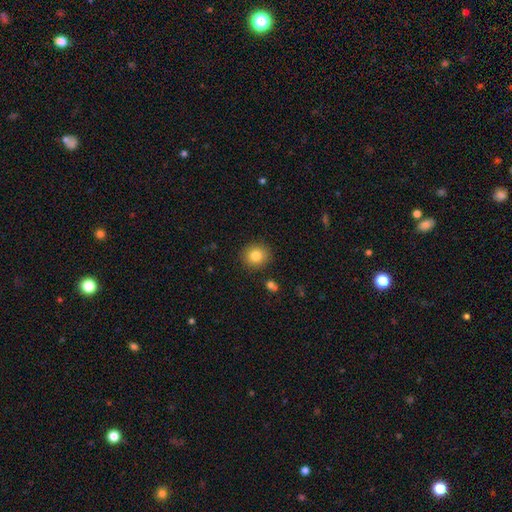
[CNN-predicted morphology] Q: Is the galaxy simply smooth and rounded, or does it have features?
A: smooth — 82%.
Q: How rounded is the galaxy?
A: round — 85%.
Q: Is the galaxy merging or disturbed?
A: none — 89%.